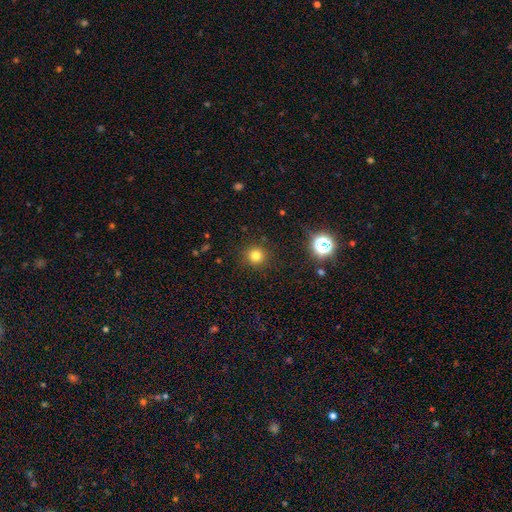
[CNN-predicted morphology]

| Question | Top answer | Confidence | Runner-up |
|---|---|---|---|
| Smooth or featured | smooth | 78% | star or artifact (16%) |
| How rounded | round | 94% | in between (5%) |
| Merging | none | 90% | minor disturbance (6%) |